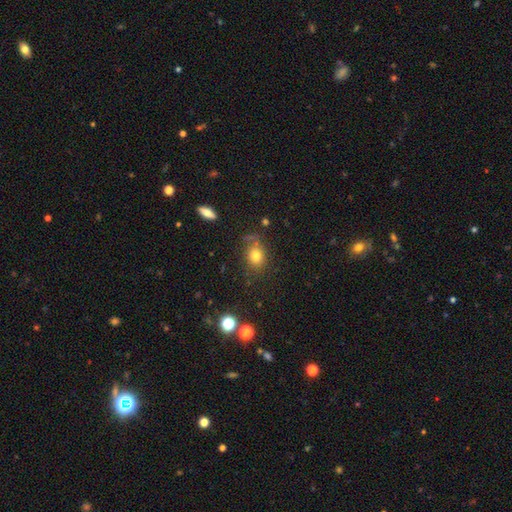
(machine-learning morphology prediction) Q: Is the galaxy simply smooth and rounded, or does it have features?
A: smooth — 76%.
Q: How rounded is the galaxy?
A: round — 56%.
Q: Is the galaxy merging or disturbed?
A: none — 71%.